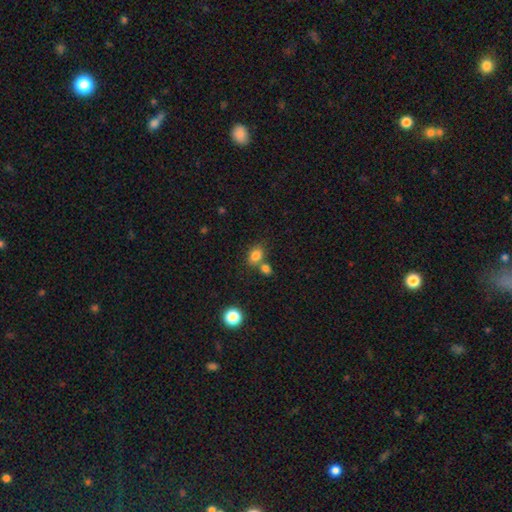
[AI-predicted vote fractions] Smooth or featured? smooth (81%)
How rounded? in between (63%)
Merging? none (54%)